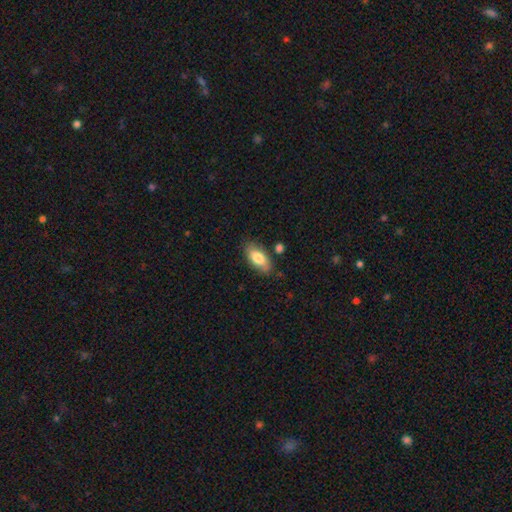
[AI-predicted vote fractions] Smooth or featured?
  - smooth: 77% *
  - featured or disk: 16%
  - star or artifact: 7%
How rounded?
  - in between: 89% *
  - cigar-shaped: 8%
  - round: 3%
Merging?
  - none: 82% *
  - minor disturbance: 13%
  - merger: 3%
  - major disturbance: 2%